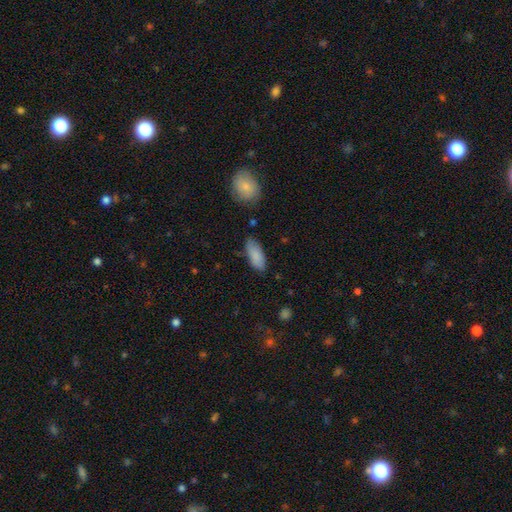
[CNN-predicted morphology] smooth 86%, featured or disk 8%, star or artifact 6%. Down the decision tree: how rounded — in between (85%); merging — none (77%).